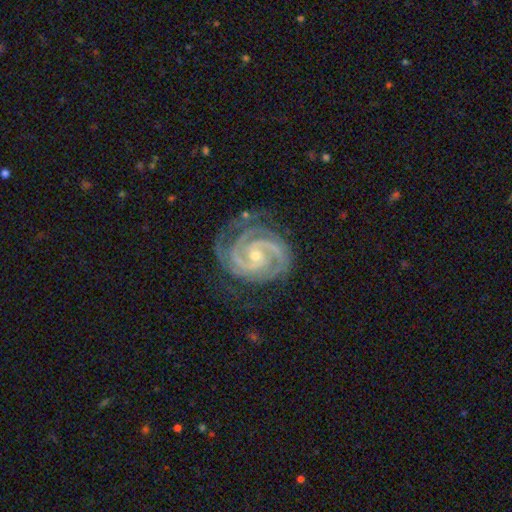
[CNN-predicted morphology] Smooth or featured: featured or disk — 94% (star or artifact — 4%)
Edge-on disk: no — 98% (yes — 2%)
Bar: no — 57% (weak — 29%)
Spiral arms: yes — 99% (no — 1%)
Spiral winding: tight — 74% (medium — 24%)
Spiral arm count: 2 — 61% (3 — 22%)
Bulge size: small — 66% (moderate — 31%)
Merging: none — 71% (minor disturbance — 20%)